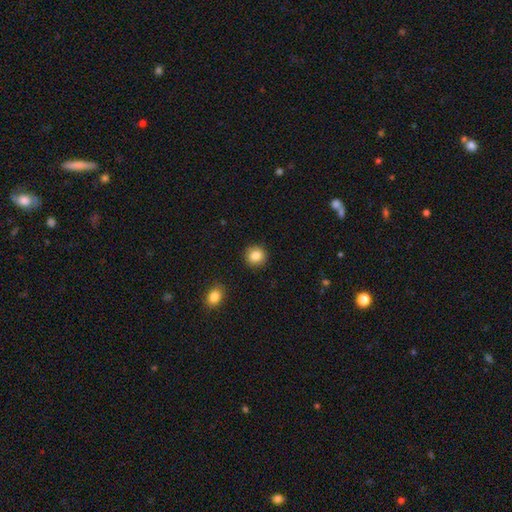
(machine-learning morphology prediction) Q: Smooth or featured?
A: smooth (86%); runner-up: star or artifact (9%)
Q: How rounded?
A: round (90%); runner-up: in between (9%)
Q: Merging?
A: none (91%); runner-up: minor disturbance (6%)